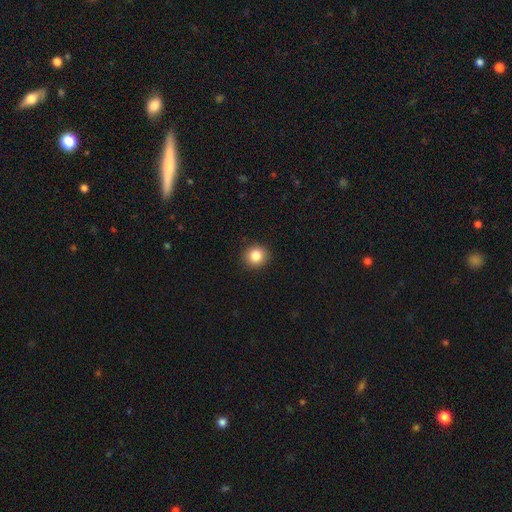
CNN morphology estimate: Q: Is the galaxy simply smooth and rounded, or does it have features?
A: smooth — 85%.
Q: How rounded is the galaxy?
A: round — 88%.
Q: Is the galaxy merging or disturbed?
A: none — 91%.